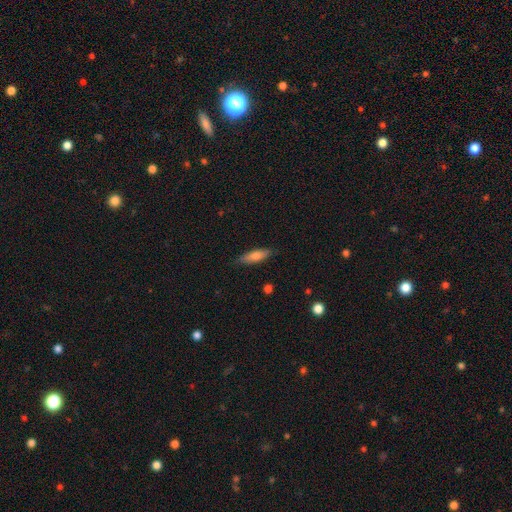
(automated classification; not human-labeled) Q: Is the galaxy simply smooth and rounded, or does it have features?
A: smooth — 68%.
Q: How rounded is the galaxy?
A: cigar-shaped — 64%.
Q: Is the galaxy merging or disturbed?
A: none — 84%.